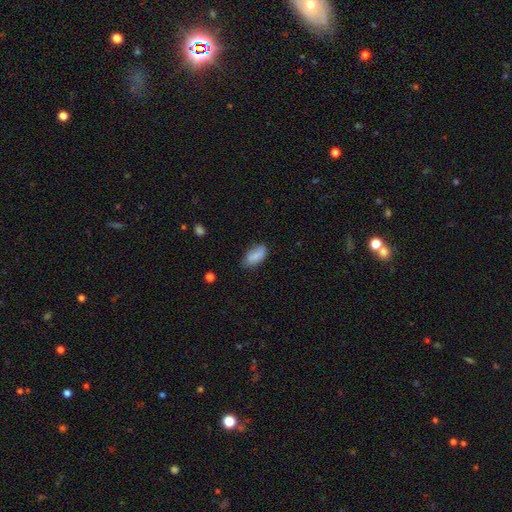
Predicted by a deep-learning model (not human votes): Smooth or featured?
  - smooth: 82% *
  - featured or disk: 11%
  - star or artifact: 7%
How rounded?
  - in between: 91% *
  - cigar-shaped: 6%
  - round: 3%
Merging?
  - none: 71% *
  - minor disturbance: 23%
  - major disturbance: 4%
  - merger: 2%